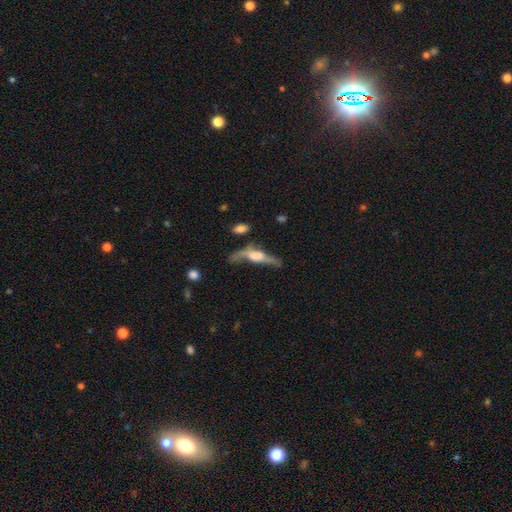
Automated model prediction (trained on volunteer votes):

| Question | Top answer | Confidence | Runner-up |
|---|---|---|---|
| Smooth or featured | featured or disk | 59% | smooth (32%) |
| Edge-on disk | yes | 78% | no (22%) |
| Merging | none | 40% | major disturbance (23%) |